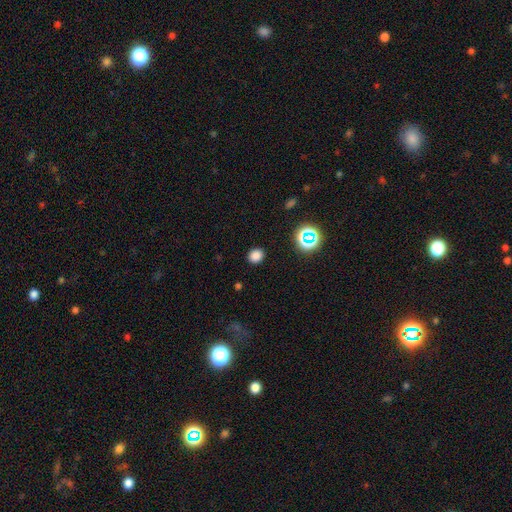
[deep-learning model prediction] Smooth or featured? Predicted: smooth (p=0.80). How rounded? Predicted: round (p=0.69). Merging? Predicted: none (p=0.89).